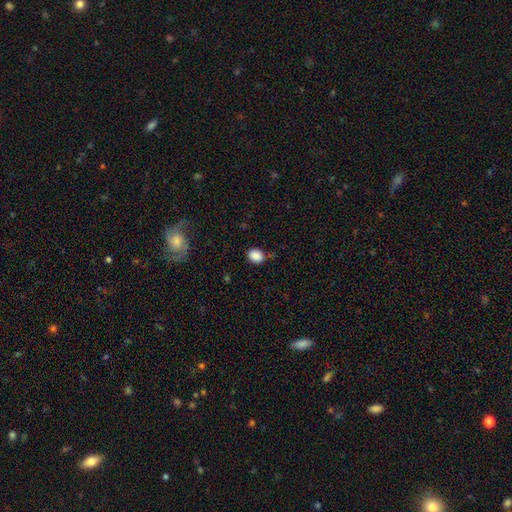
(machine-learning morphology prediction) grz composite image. It shows a smooth galaxy with no disk features (88%) that is in between round and cigar-shaped (53%). Merging: none (80%).